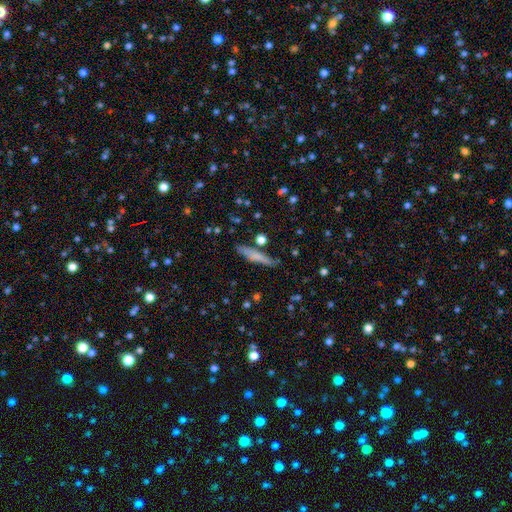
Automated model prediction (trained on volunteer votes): Q: Smooth or featured?
A: smooth (65%); runner-up: featured or disk (27%)
Q: How rounded?
A: cigar-shaped (89%); runner-up: in between (9%)
Q: Merging?
A: none (79%); runner-up: minor disturbance (14%)